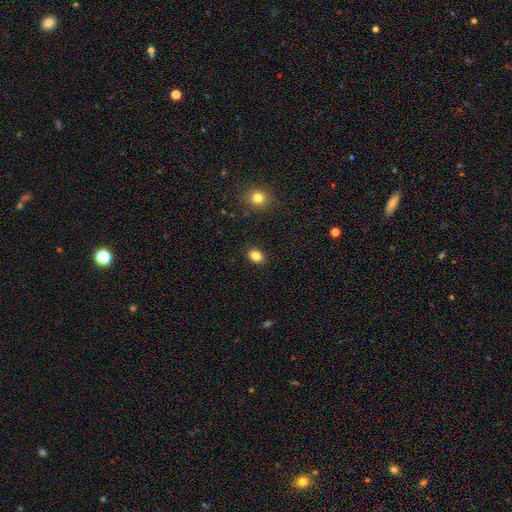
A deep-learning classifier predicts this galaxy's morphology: Overall: smooth (84%). How rounded: in between (70%). Merging: none (88%).